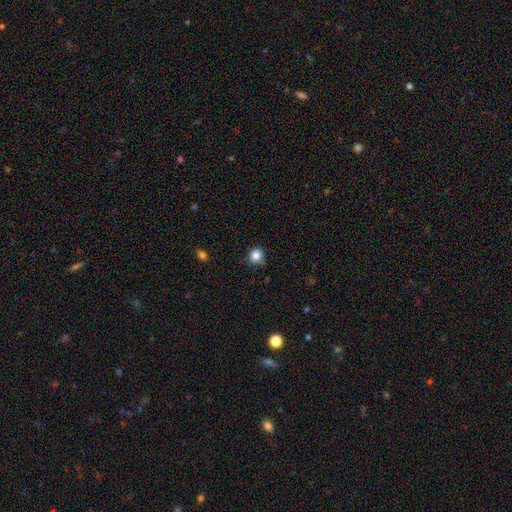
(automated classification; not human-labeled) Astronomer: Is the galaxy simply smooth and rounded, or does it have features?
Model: smooth — 84%.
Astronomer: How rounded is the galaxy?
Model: round — 83%.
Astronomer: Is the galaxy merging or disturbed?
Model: none — 81%.